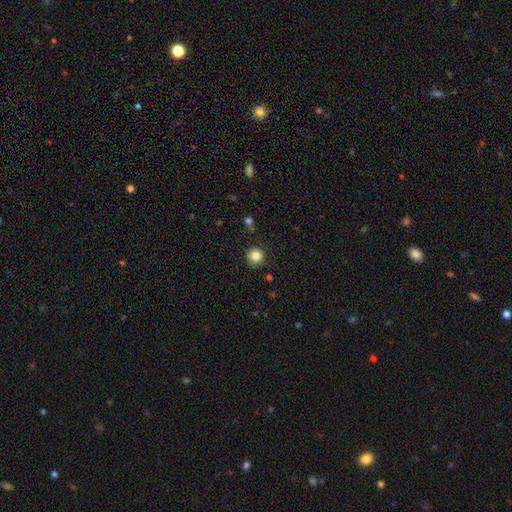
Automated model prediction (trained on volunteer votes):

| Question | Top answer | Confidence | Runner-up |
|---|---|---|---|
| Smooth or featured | smooth | 84% | star or artifact (11%) |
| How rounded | round | 92% | in between (7%) |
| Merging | none | 85% | minor disturbance (10%) |